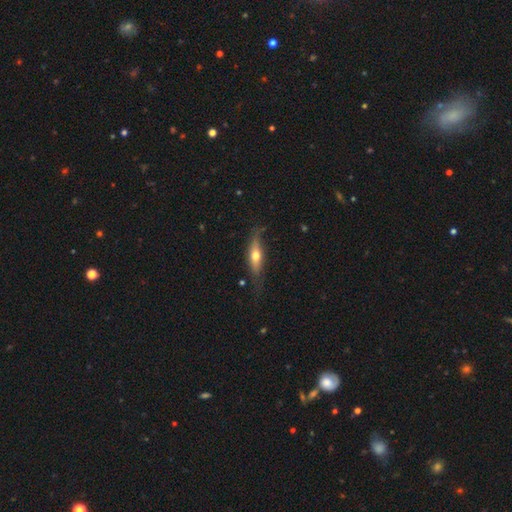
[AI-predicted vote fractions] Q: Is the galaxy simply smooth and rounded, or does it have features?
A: smooth — 48%.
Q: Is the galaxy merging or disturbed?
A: none — 68%.